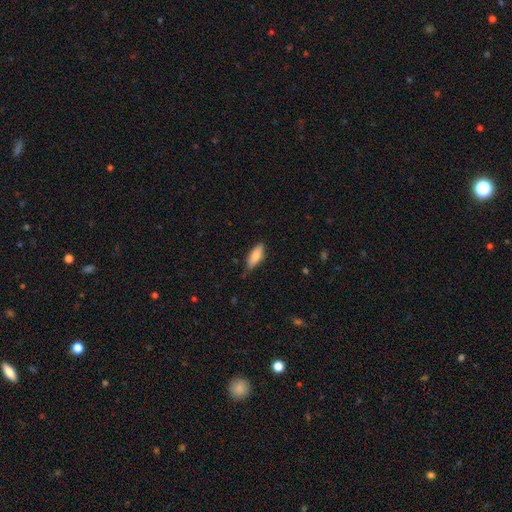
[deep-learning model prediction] Smooth or featured? smooth (80%)
How rounded? in between (69%)
Merging? none (73%)